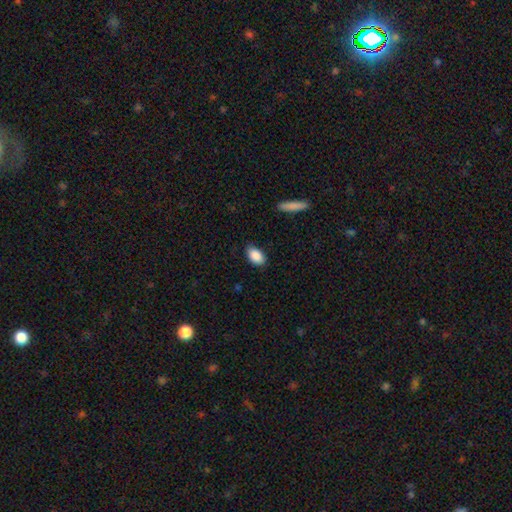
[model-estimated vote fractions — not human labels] Smooth or featured: smooth — 89% (star or artifact — 7%)
How rounded: in between — 91% (round — 7%)
Merging: none — 84% (minor disturbance — 12%)